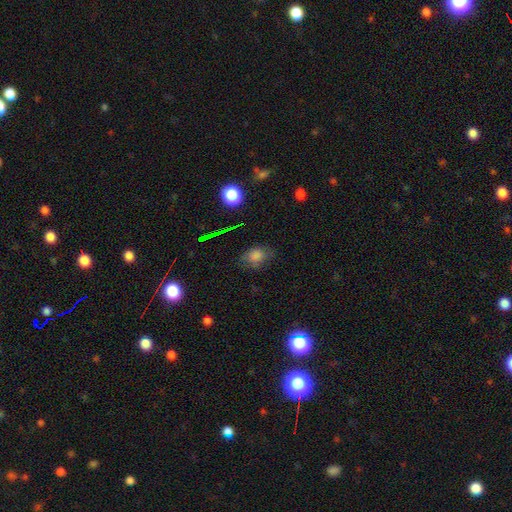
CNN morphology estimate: A smooth galaxy with no disk features (73%) that is in between round and cigar-shaped (64%).

Vote fractions:
- Smooth or featured? smooth: 73% / star or artifact: 18% / featured or disk: 10%
- How rounded? in between: 64% / round: 34% / cigar-shaped: 2%
- Merging? none: 71% / minor disturbance: 20% / major disturbance: 7% / merger: 2%